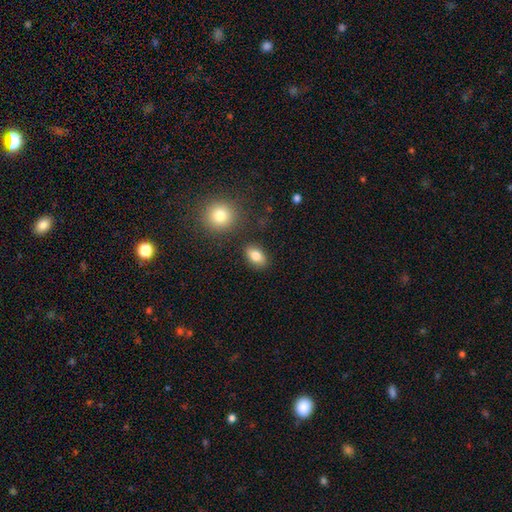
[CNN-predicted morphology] Smooth or featured?
  - smooth: 83% *
  - featured or disk: 9%
  - star or artifact: 8%
How rounded?
  - in between: 85% *
  - round: 12%
  - cigar-shaped: 2%
Merging?
  - none: 84% *
  - minor disturbance: 10%
  - merger: 4%
  - major disturbance: 3%